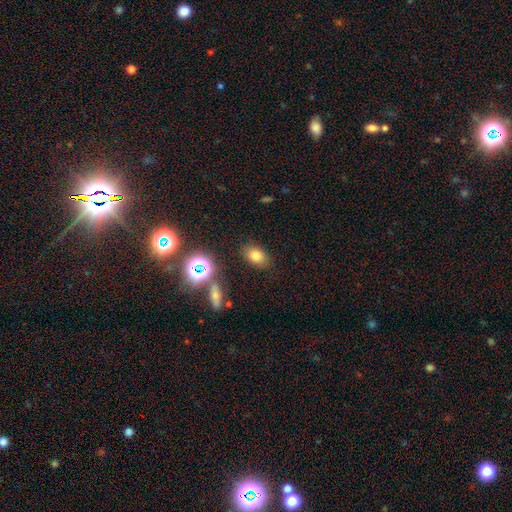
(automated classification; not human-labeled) A smooth galaxy with no disk features (75%) that is in between round and cigar-shaped (81%).

Vote fractions:
- Smooth or featured? smooth: 75% / star or artifact: 15% / featured or disk: 9%
- How rounded? in between: 81% / round: 18% / cigar-shaped: 2%
- Merging? none: 83% / minor disturbance: 11% / major disturbance: 3% / merger: 3%